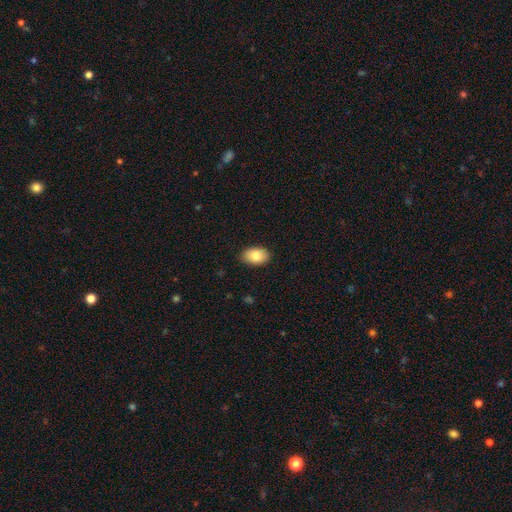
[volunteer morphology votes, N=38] smooth_or_featured: smooth (p=0.92) [alt: star or artifact p=0.08]
how_rounded: in between (p=1.00)
merging: none (p=0.86) [alt: minor disturbance p=0.14]